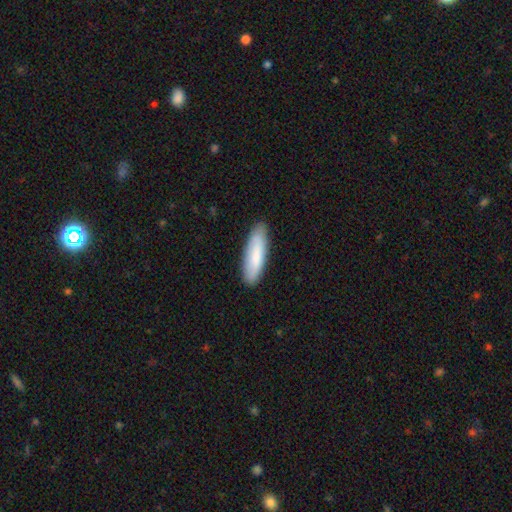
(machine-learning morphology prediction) A smooth galaxy with no disk features (82%) that is cigar-shaped (59%). Merging: none (87%).